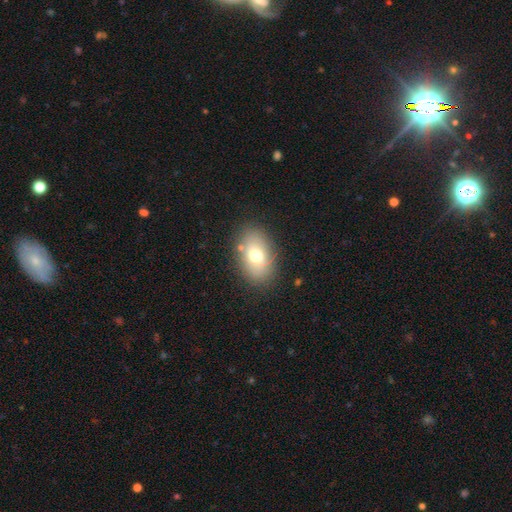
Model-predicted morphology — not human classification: Smooth or featured? smooth (72%)
How rounded? in between (85%)
Merging? none (82%)